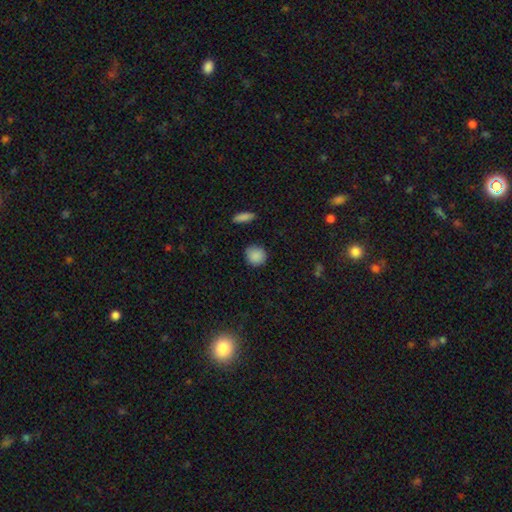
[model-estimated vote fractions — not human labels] Q: Smooth or featured?
A: smooth (88%); runner-up: star or artifact (9%)
Q: How rounded?
A: round (88%); runner-up: in between (10%)
Q: Merging?
A: none (86%); runner-up: minor disturbance (10%)